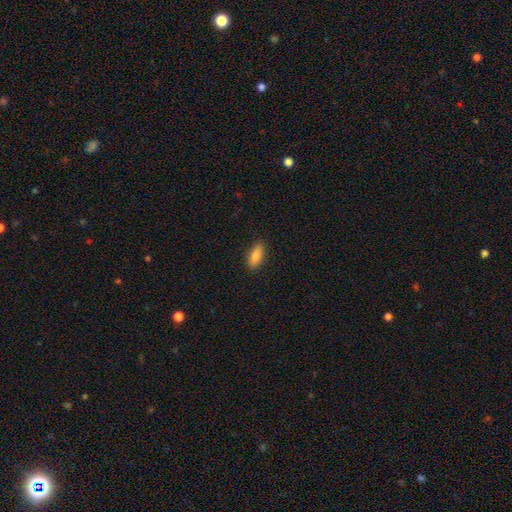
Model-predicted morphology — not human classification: Smooth or featured?
  - smooth: 86% *
  - featured or disk: 7%
  - star or artifact: 7%
How rounded?
  - in between: 72% *
  - cigar-shaped: 26%
  - round: 2%
Merging?
  - none: 88% *
  - minor disturbance: 9%
  - major disturbance: 2%
  - merger: 1%